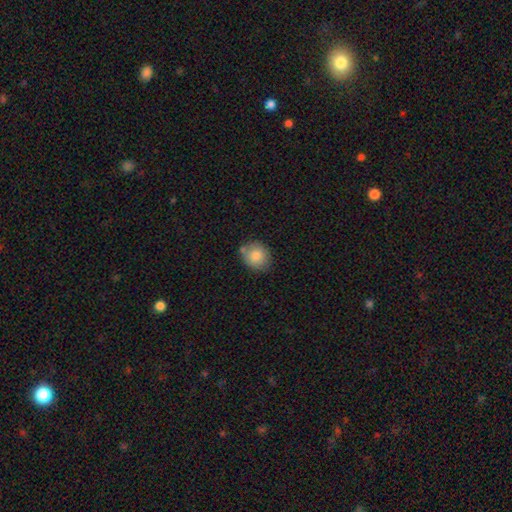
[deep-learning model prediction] This appears to be a smooth galaxy with no disk features (83%) that is round (77%). Merging: none (69%).